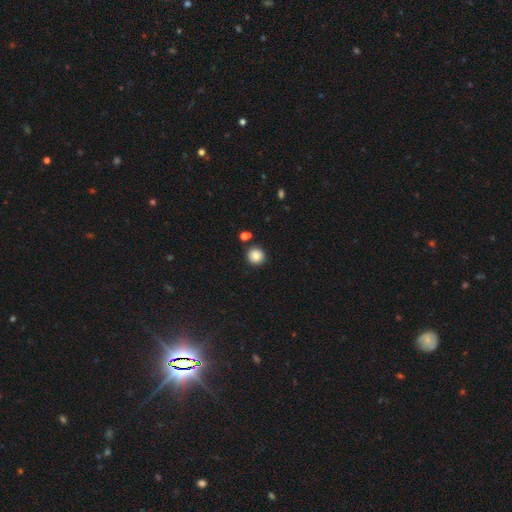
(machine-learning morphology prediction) Q: Smooth or featured?
A: smooth (85%); runner-up: star or artifact (10%)
Q: How rounded?
A: round (91%); runner-up: in between (8%)
Q: Merging?
A: none (86%); runner-up: minor disturbance (7%)